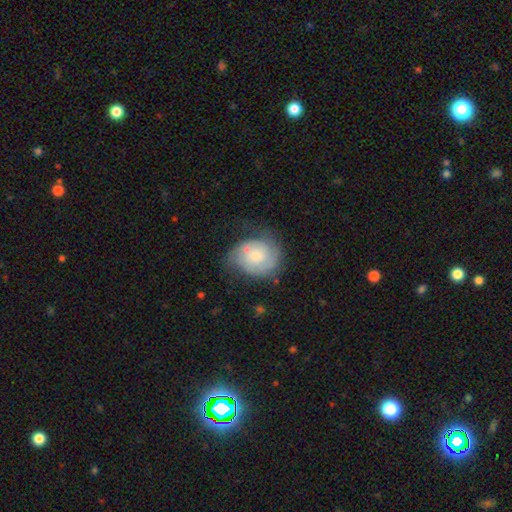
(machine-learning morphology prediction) This is possibly a featured or disk galaxy (48%). Merging: possibly none (50%).